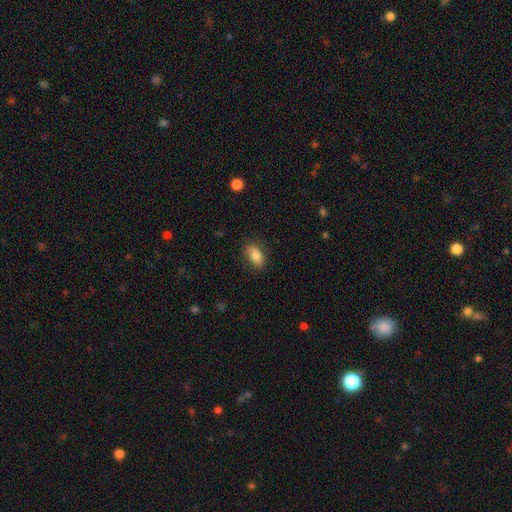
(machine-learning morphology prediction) smooth_or_featured: smooth (p=0.82) [alt: featured or disk p=0.10]
how_rounded: in between (p=0.89) [alt: round p=0.07]
merging: none (p=0.78) [alt: minor disturbance p=0.16]